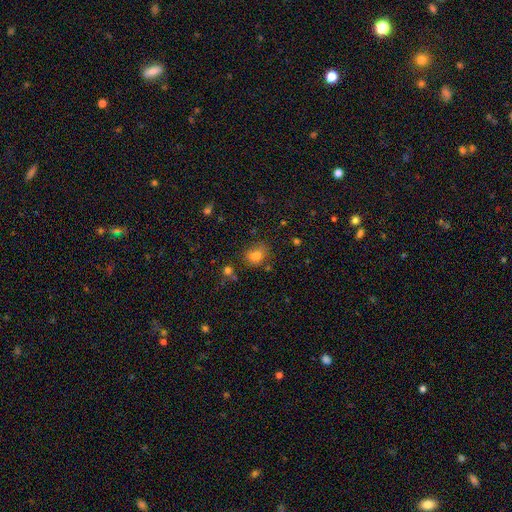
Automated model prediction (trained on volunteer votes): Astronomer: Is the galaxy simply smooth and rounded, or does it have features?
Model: smooth — 76%.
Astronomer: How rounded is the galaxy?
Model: in between — 55% (runner-up: round, 43%).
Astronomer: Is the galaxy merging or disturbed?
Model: none — 61%.